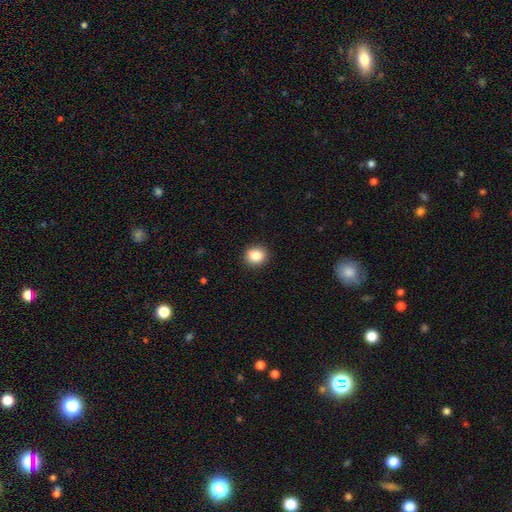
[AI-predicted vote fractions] This is clearly a smooth galaxy (87%). How rounded: likely round (80%). Merging: clearly none (91%).